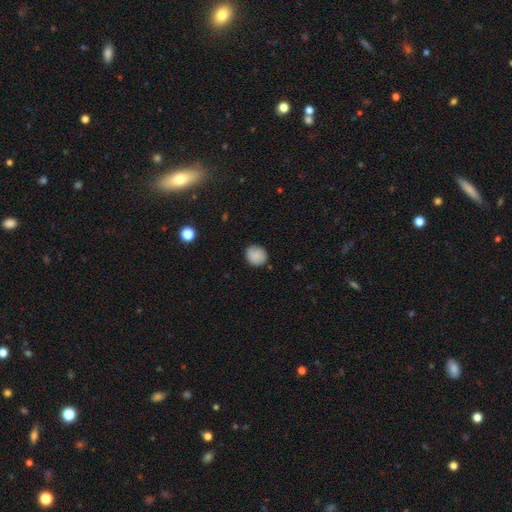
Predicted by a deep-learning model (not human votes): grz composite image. It shows a smooth galaxy with no disk features (85%) that is round (84%). Merging: none (83%).